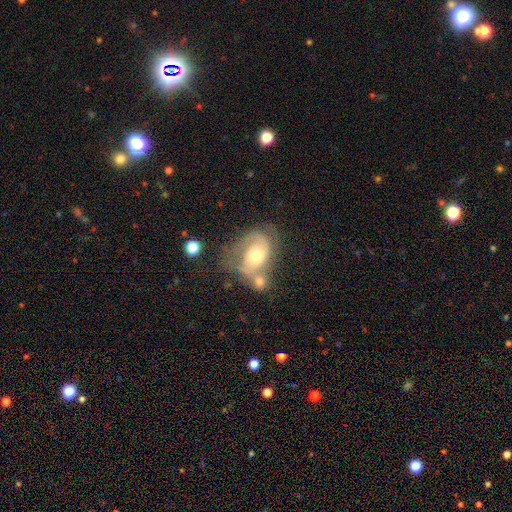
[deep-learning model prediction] This is likely a featured or disk galaxy (70%). It is clearly not viewed edge-on (96%). Bar: likely no (66%). Spiral arm pattern: clearly yes (84%). Spiral arm count: possibly 2 (59%). Spiral winding: marginally medium (45%). Central bulge: likely moderate (67%). Merging: marginally merger (32%).